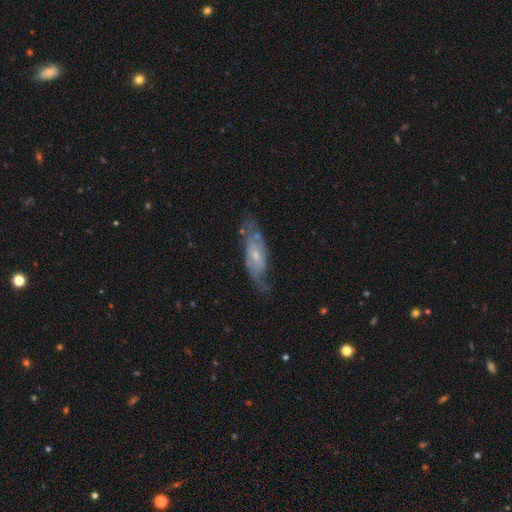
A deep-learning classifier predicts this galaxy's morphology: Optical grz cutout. It shows a featured or disk galaxy (70%) with no bar (58%), spiral arms (81%) and a small central bulge (65%). Merging: none (60%).